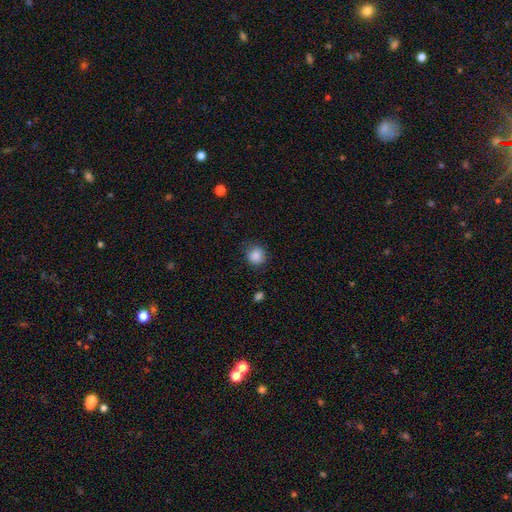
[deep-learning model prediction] A smooth galaxy with no disk features (86%) that is round (89%). Merging: none (81%).